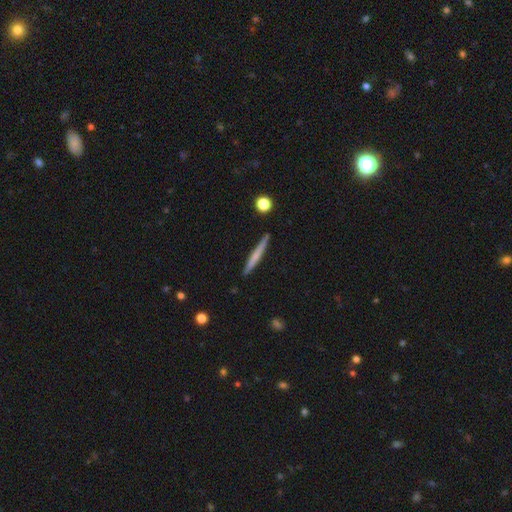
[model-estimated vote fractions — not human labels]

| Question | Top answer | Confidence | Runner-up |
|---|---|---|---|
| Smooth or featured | smooth | 54% | featured or disk (40%) |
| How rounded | cigar-shaped | 96% | in between (2%) |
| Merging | none | 90% | minor disturbance (7%) |